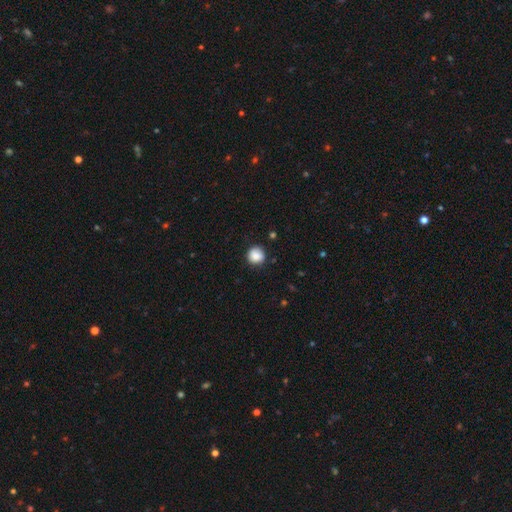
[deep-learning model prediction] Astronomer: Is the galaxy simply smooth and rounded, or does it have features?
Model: smooth — 86%.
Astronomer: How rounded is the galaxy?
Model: round — 91%.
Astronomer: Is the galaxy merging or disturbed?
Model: none — 82%.